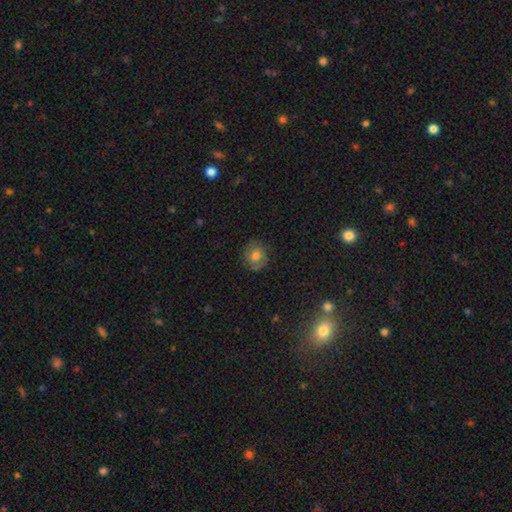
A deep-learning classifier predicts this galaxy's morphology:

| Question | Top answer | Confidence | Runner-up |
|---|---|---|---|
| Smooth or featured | smooth | 70% | featured or disk (18%) |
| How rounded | round | 83% | in between (16%) |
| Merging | none | 81% | minor disturbance (14%) |